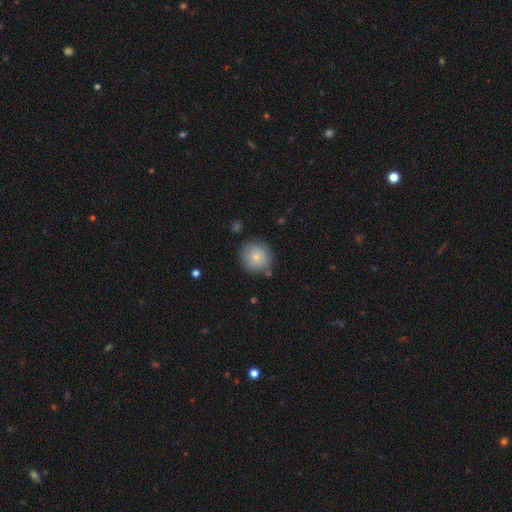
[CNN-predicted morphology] A smooth galaxy with no disk features (80%) that is round (88%). Merging: none (79%).